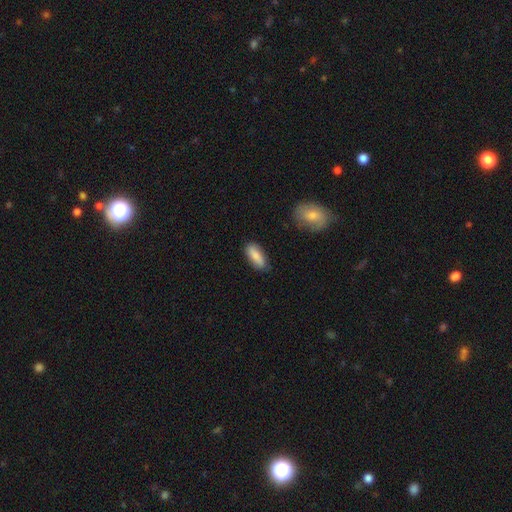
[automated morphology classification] The model was most divided on "how rounded": in between: 73%, cigar-shaped: 25%, round: 2%. More confident: smooth or featured — smooth (85%); merging — none (81%).